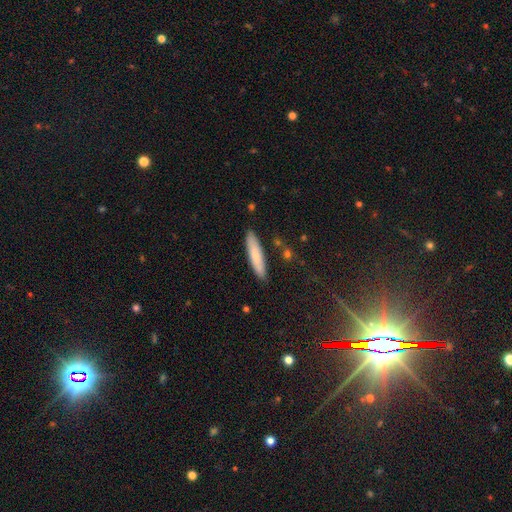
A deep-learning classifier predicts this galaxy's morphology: A smooth galaxy with no disk features (78%) that is cigar-shaped (84%). Merging: none (87%).